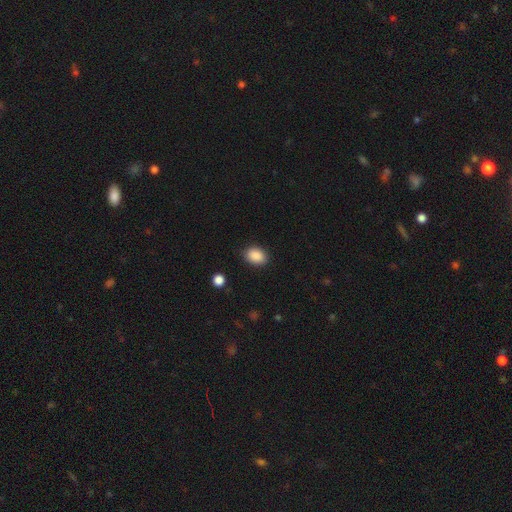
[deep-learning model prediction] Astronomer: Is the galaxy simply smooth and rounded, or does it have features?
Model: smooth — 89%.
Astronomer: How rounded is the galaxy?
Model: in between — 74%.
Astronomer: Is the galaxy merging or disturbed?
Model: none — 87%.